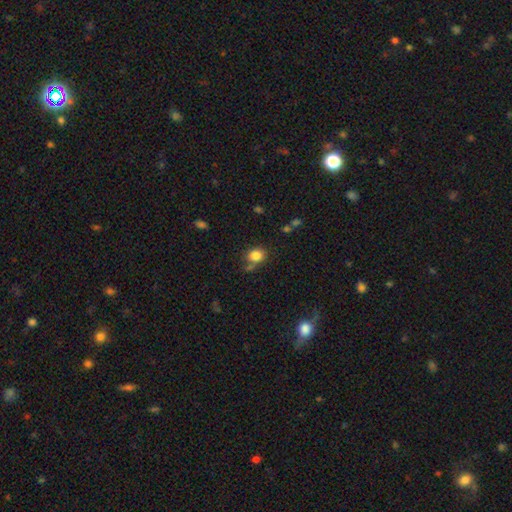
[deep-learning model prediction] This appears to be a smooth galaxy with no disk features (82%) that is round (57%). Merging: none (63%).